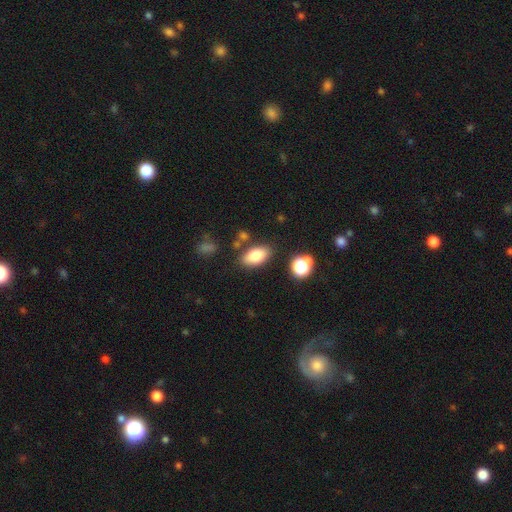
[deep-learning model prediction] Morphology: type=smooth (80%); roundness=in between (91%); merging=none (80%).